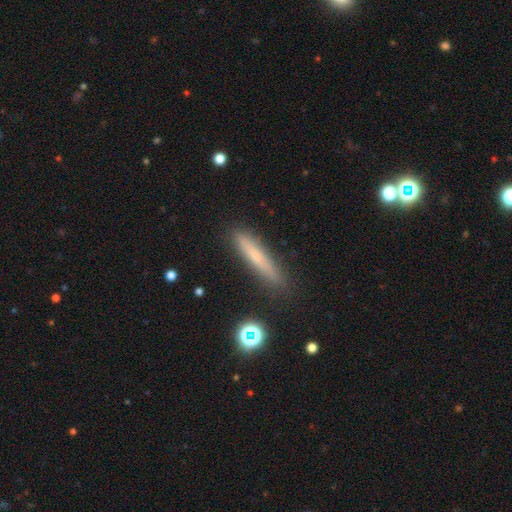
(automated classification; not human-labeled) Smooth or featured? Predicted: smooth (p=0.63). How rounded? Predicted: cigar-shaped (p=0.92). Merging? Predicted: none (p=0.84).